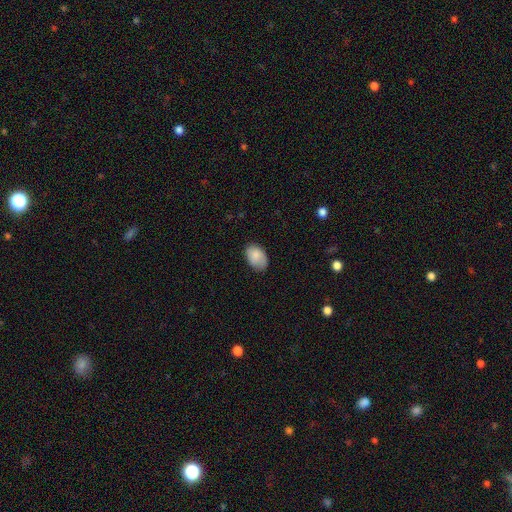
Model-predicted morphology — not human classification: smooth 82%, featured or disk 11%, star or artifact 7%. Down the decision tree: how rounded — in between (87%); merging — none (75%).